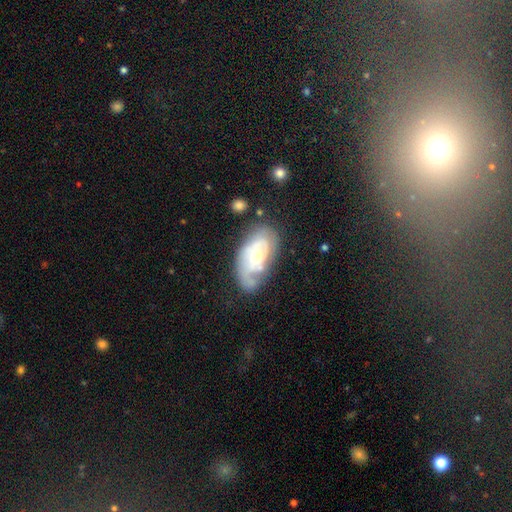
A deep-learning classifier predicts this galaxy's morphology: A featured or disk galaxy (73%) with no bar (66%), tight (59%) spiral arms (84%) and a moderate central bulge (54%).

Vote fractions:
- Smooth or featured? featured or disk: 73% / smooth: 21% / star or artifact: 6%
- Edge-on disk? no: 94% / yes: 6%
- Bar? no: 66% / weak: 29% / strong: 6%
- Spiral arms? yes: 84% / no: 16%
- Spiral winding? tight: 59% / medium: 30% / loose: 11%
- Spiral arm count? can't tell: 38% / 2: 33% / 1: 17% / 3: 8% / 4: 2% / more than 4: 2%
- Bulge size? moderate: 54% / small: 35% / large: 7% / none: 2% / dominant: 1%
- Merging? none: 58% / minor disturbance: 25% / major disturbance: 12% / merger: 5%